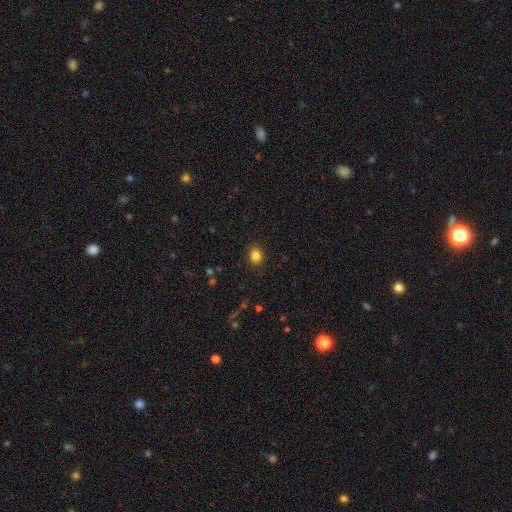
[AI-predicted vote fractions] smooth_or_featured: smooth (p=0.84) [alt: star or artifact p=0.11]
how_rounded: round (p=0.59) [alt: in between p=0.40]
merging: none (p=0.88) [alt: minor disturbance p=0.09]